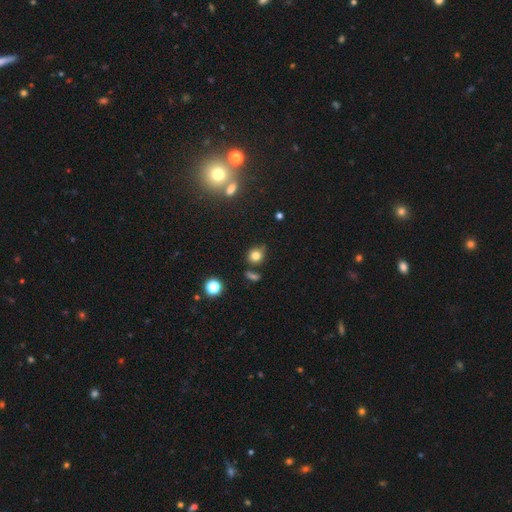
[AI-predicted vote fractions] This is likely a smooth galaxy (78%). How rounded: likely round (78%). Merging: likely none (69%).